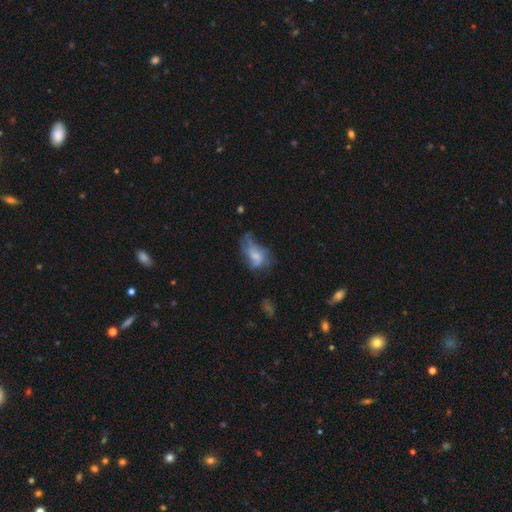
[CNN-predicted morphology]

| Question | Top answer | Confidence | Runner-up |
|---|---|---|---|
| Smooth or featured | featured or disk | 47% | smooth (42%) |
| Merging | major disturbance | 38% | none (31%) |